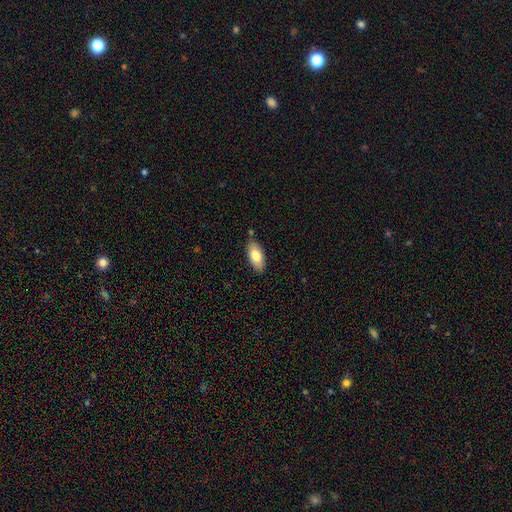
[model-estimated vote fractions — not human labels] Smooth or featured? Predicted: smooth (p=0.79). How rounded? Predicted: in between (p=0.91). Merging? Predicted: none (p=0.82).